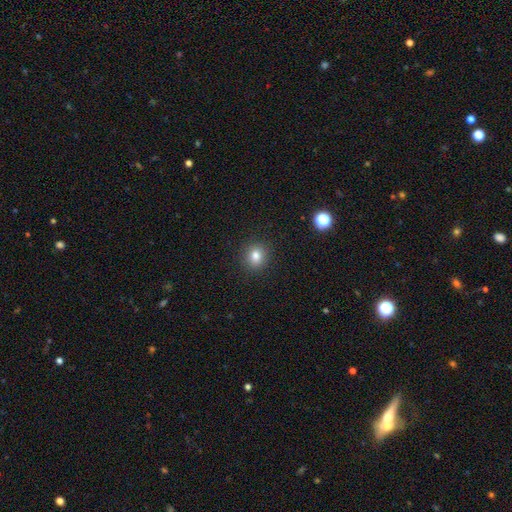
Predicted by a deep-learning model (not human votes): Smooth or featured?
  - smooth: 81% *
  - star or artifact: 12%
  - featured or disk: 7%
How rounded?
  - round: 78% *
  - in between: 21%
  - cigar-shaped: 1%
Merging?
  - none: 90% *
  - minor disturbance: 6%
  - major disturbance: 2%
  - merger: 1%